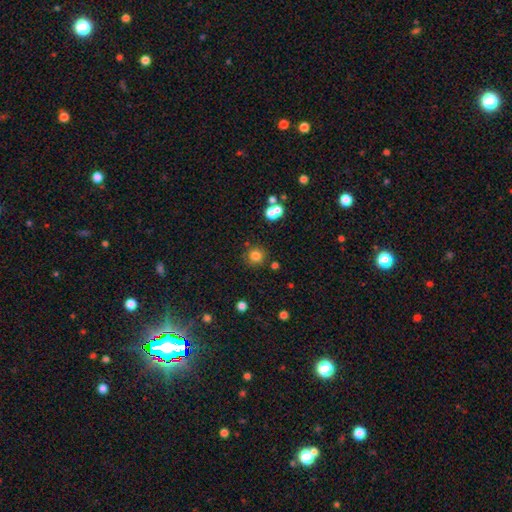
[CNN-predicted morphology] This appears to be a smooth galaxy with no disk features (80%) that is round (92%). Merging: none (81%).